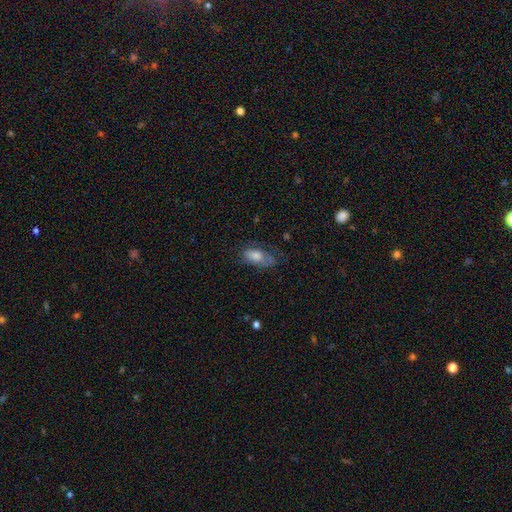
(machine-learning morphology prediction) smooth-or-featured: smooth: 62% | featured or disk: 27% | star or artifact: 10%
  how-rounded: in between: 87% | cigar-shaped: 7% | round: 6%
  merging: none: 48% | minor disturbance: 29% | major disturbance: 20% | merger: 2%